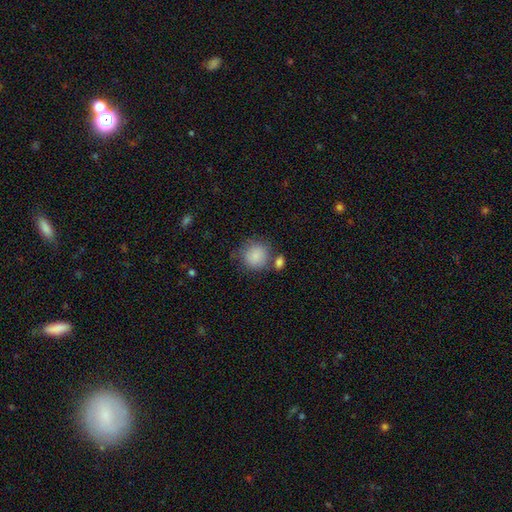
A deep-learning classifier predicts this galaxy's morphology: Smooth or featured?
  - smooth: 86% *
  - star or artifact: 8%
  - featured or disk: 6%
How rounded?
  - round: 86% *
  - in between: 13%
  - cigar-shaped: 1%
Merging?
  - none: 61% *
  - minor disturbance: 17%
  - merger: 15%
  - major disturbance: 6%